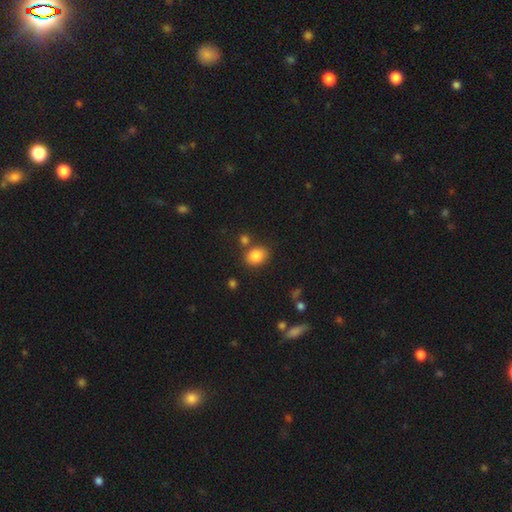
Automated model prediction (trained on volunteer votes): Smooth or featured?
  - smooth: 85% *
  - star or artifact: 10%
  - featured or disk: 6%
How rounded?
  - in between: 52% *
  - round: 47%
  - cigar-shaped: 1%
Merging?
  - none: 73% *
  - minor disturbance: 12%
  - merger: 11%
  - major disturbance: 4%